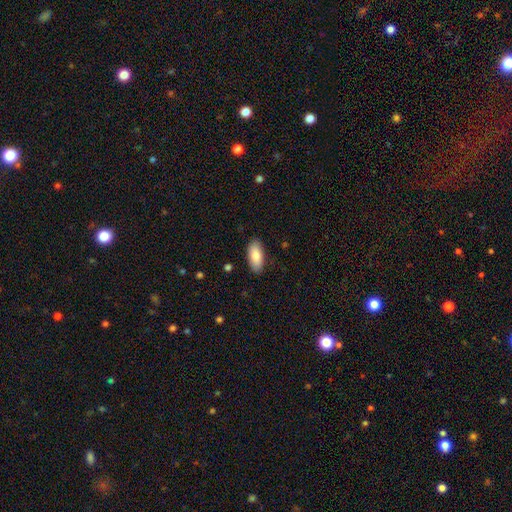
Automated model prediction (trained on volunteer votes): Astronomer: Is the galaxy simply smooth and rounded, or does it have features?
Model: smooth — 85%.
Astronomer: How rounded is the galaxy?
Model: in between — 88%.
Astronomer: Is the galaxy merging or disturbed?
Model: none — 87%.